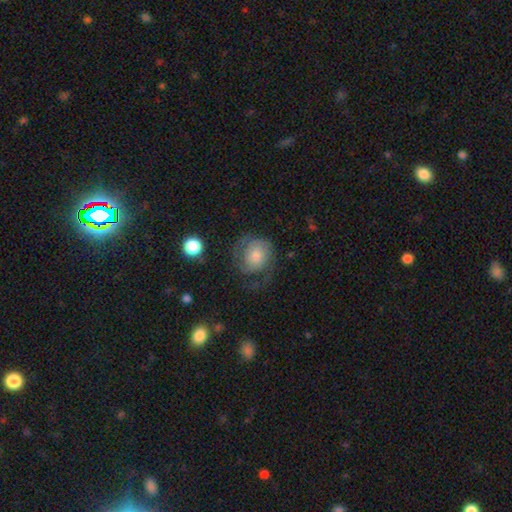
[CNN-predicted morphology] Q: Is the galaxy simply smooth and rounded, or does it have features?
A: featured or disk — 49%.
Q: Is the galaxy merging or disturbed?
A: none — 50%.